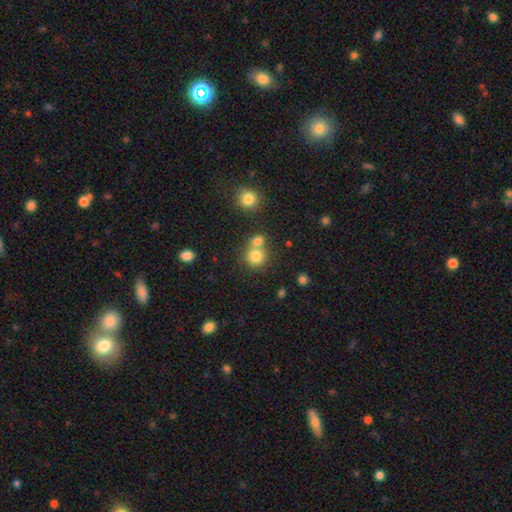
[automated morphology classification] smooth_or_featured: smooth (p=0.79) [alt: star or artifact p=0.12]
how_rounded: round (p=0.85) [alt: in between p=0.14]
merging: none (p=0.49) [alt: merger p=0.41]